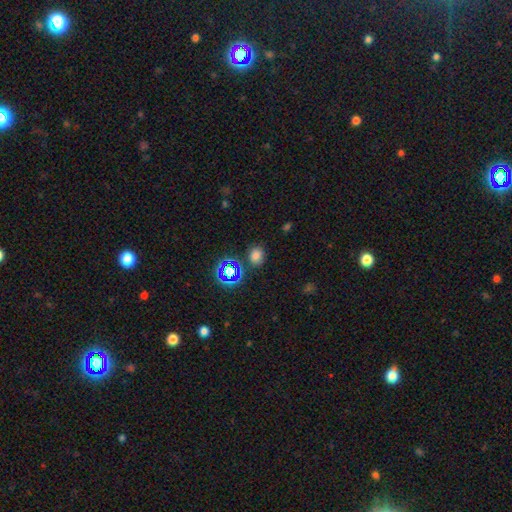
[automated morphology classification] Smooth or featured? Predicted: smooth (p=0.70). How rounded? Predicted: round (p=0.62). Merging? Predicted: none (p=0.79).